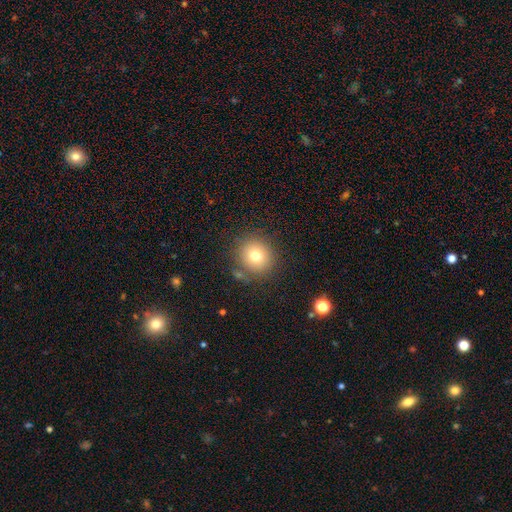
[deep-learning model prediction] This appears to be a smooth galaxy with no disk features (75%) that is round (90%). Merging: none (82%).